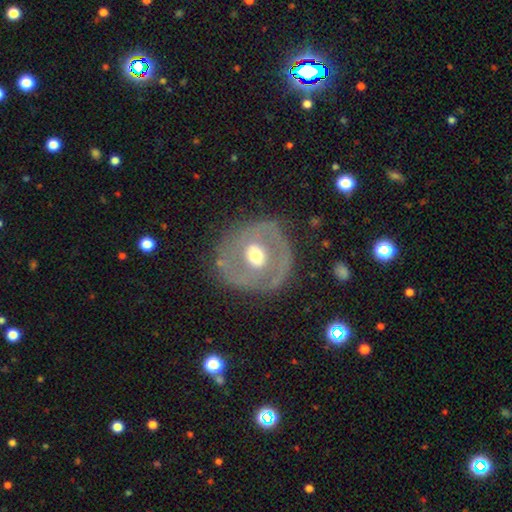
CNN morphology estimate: smooth_or_featured: featured or disk (p=0.59) [alt: smooth p=0.34]
disk_edge_on: no (p=0.95) [alt: yes p=0.05]
bar: no (p=0.58) [alt: weak p=0.29]
has_spiral_arms: no (p=0.71) [alt: yes p=0.29]
bulge_size: moderate (p=0.68) [alt: small p=0.16]
merging: none (p=0.75) [alt: minor disturbance p=0.15]